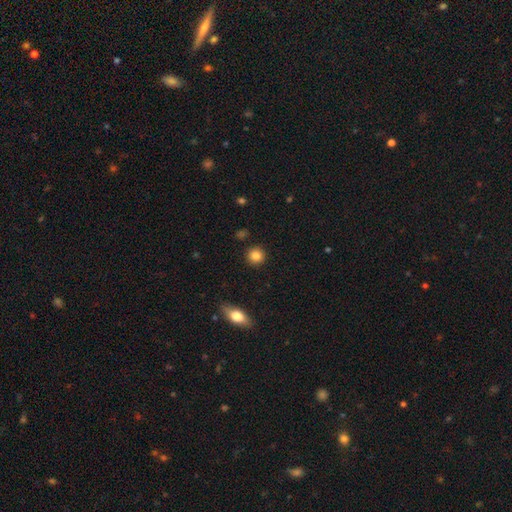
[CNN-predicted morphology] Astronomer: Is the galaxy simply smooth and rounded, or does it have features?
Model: smooth — 85%.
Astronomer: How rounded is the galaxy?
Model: round — 92%.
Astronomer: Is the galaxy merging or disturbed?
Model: none — 91%.